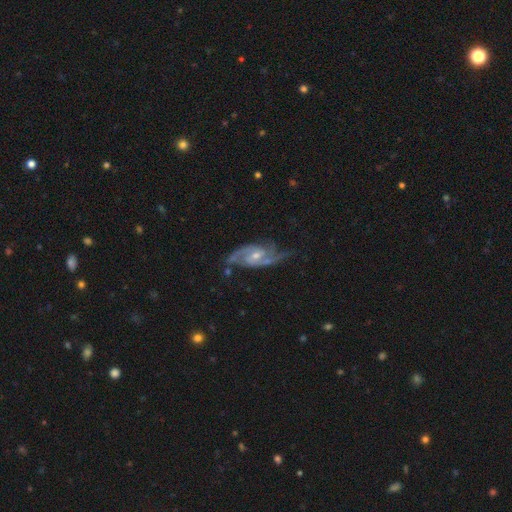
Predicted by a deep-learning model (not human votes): This is clearly a featured or disk galaxy (89%). It is clearly not viewed edge-on (95%). Bar: possibly weak (47%). Spiral arm pattern: clearly yes (97%). Spiral arm count: clearly 2 (86%). Spiral winding: possibly medium (54%). Central bulge: possibly small (53%). Merging: likely none (71%).